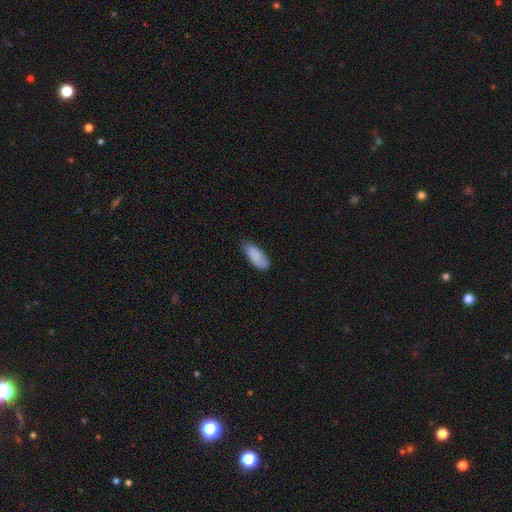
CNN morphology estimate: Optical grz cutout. It shows a smooth galaxy with no disk features (83%) that is in between round and cigar-shaped (85%). Merging: none (64%).